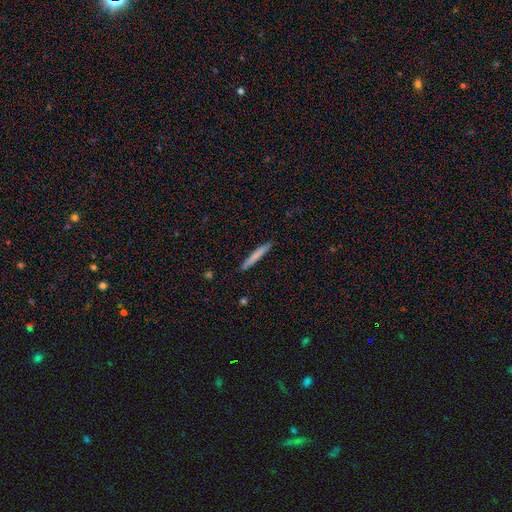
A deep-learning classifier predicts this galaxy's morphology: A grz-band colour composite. It shows a smooth galaxy with no disk features (73%) that is cigar-shaped (96%). Merging: none (90%).